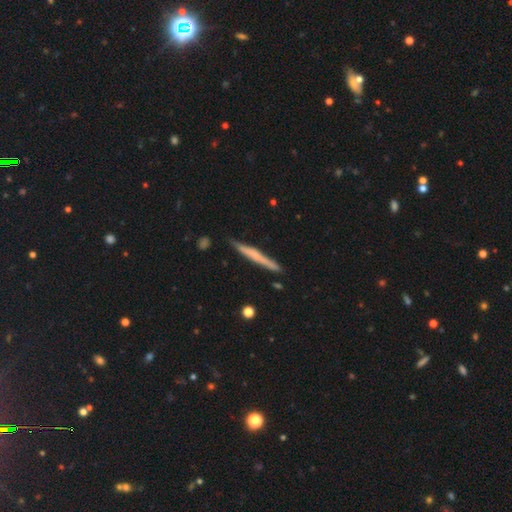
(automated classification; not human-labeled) Overall: featured or disk (49%; smooth 45%). Merging: none (84%).